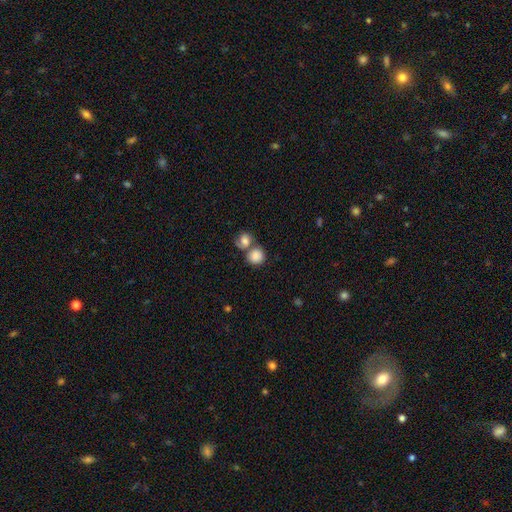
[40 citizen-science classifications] smooth_or_featured: smooth (p=0.85) [alt: featured or disk p=0.15]
how_rounded: round (p=0.94) [alt: in between p=0.06]
merging: merger (p=0.53) [alt: none p=0.35]